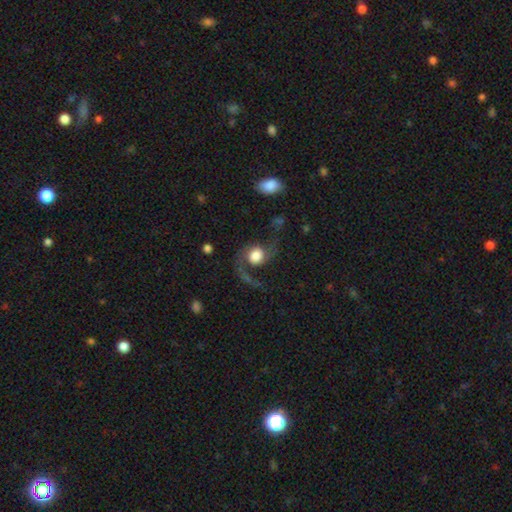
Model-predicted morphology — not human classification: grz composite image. It shows a featured or disk galaxy (72%) with no bar (70%), 2 (85%) loose (72%) spiral arms (93%) and a large central bulge (48%). Merging: none (56%).